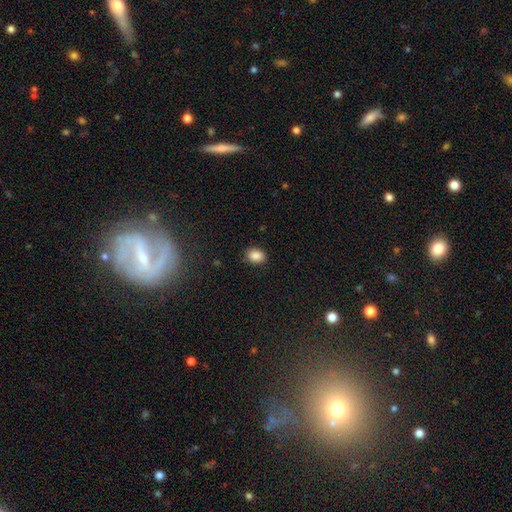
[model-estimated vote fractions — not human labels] This is clearly a smooth galaxy (87%). How rounded: likely in between (68%). Merging: clearly none (87%).